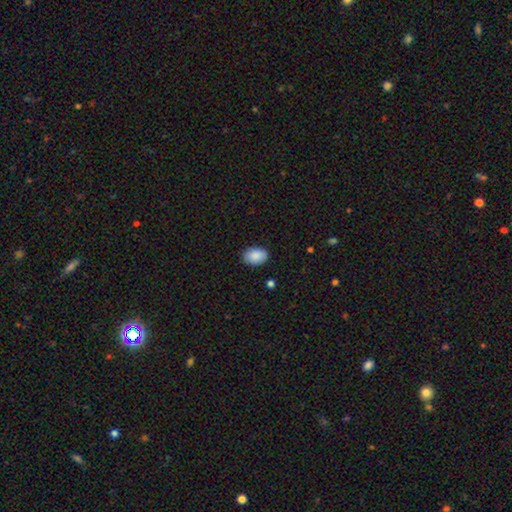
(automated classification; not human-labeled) This is clearly a smooth galaxy (88%). How rounded: clearly in between (82%). Merging: clearly none (87%).